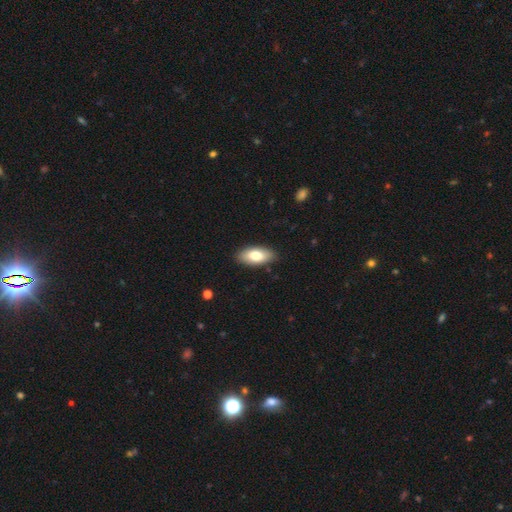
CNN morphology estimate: smooth_or_featured: smooth (p=0.79) [alt: featured or disk p=0.15]
how_rounded: in between (p=0.90) [alt: cigar-shaped p=0.08]
merging: none (p=0.88) [alt: minor disturbance p=0.09]